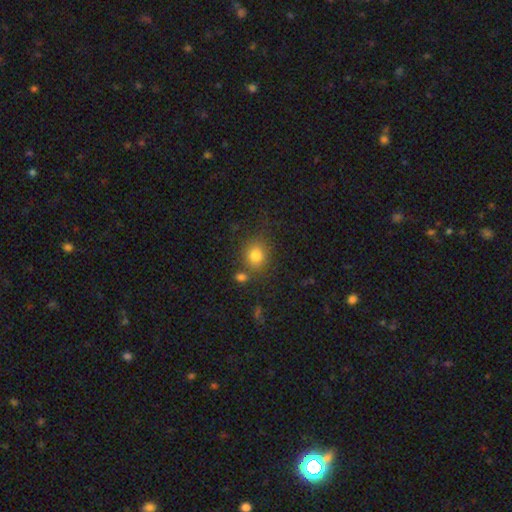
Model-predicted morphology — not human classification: Smooth or featured? Predicted: smooth (p=0.80). How rounded? Predicted: round (p=0.76). Merging? Predicted: none (p=0.72).